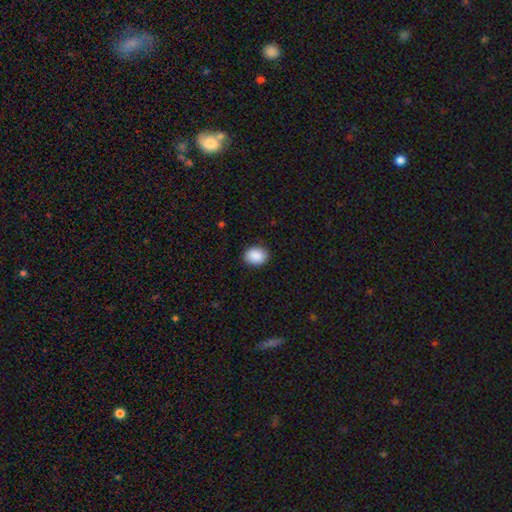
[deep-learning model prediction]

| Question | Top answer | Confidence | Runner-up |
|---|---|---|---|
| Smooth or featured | smooth | 90% | star or artifact (7%) |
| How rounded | in between | 50% | round (49%) |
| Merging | none | 89% | minor disturbance (8%) |